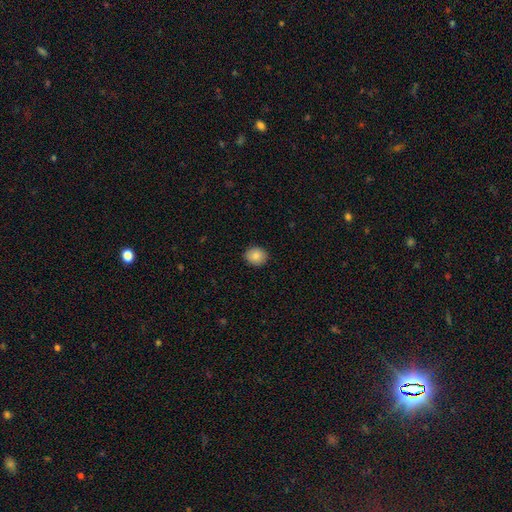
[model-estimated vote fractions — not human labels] Smooth or featured? smooth (86%)
How rounded? round (74%)
Merging? none (91%)